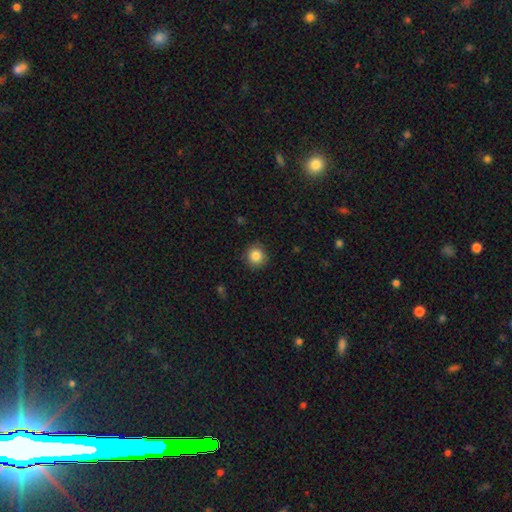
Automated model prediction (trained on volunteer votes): smooth-or-featured: smooth: 85% | star or artifact: 10% | featured or disk: 5%
  how-rounded: round: 93% | in between: 6% | cigar-shaped: 1%
  merging: none: 89% | minor disturbance: 8% | major disturbance: 2% | merger: 1%